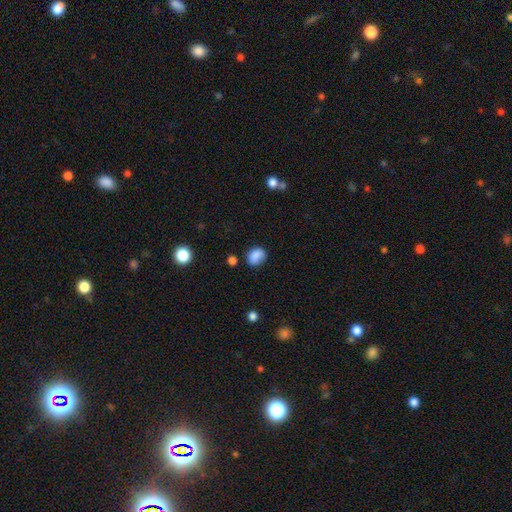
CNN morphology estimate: This is clearly a smooth galaxy (86%). How rounded: possibly in between (52%). Merging: likely none (76%).